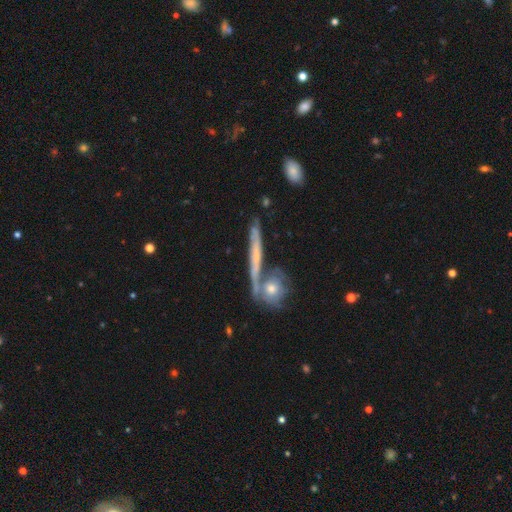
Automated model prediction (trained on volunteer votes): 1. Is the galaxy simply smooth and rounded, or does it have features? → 57% featured or disk, 35% smooth, 8% star or artifact.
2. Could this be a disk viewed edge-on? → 83% yes, 17% no.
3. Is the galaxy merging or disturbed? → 65% none, 18% merger, 13% minor disturbance, 4% major disturbance.